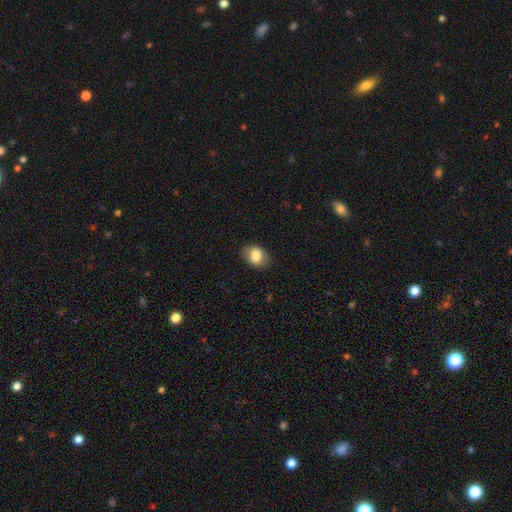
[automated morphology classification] A smooth galaxy with no disk features (82%) that is in between round and cigar-shaped (73%). Merging: none (83%).